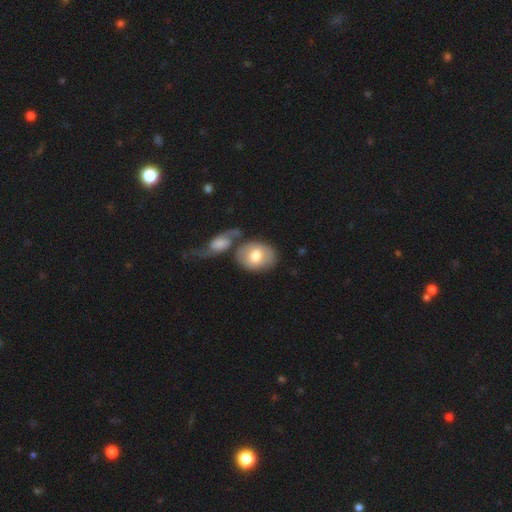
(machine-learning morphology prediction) Smooth or featured: smooth — 65% (featured or disk — 30%)
How rounded: in between — 63% (round — 35%)
Merging: none — 47% (merger — 31%)